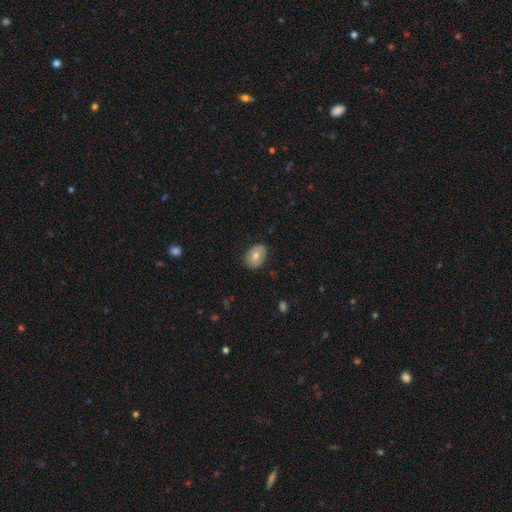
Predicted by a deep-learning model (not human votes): Smooth or featured?
  - smooth: 69% *
  - featured or disk: 24%
  - star or artifact: 7%
How rounded?
  - in between: 73% *
  - round: 26%
  - cigar-shaped: 1%
Merging?
  - none: 83% *
  - minor disturbance: 13%
  - major disturbance: 3%
  - merger: 1%